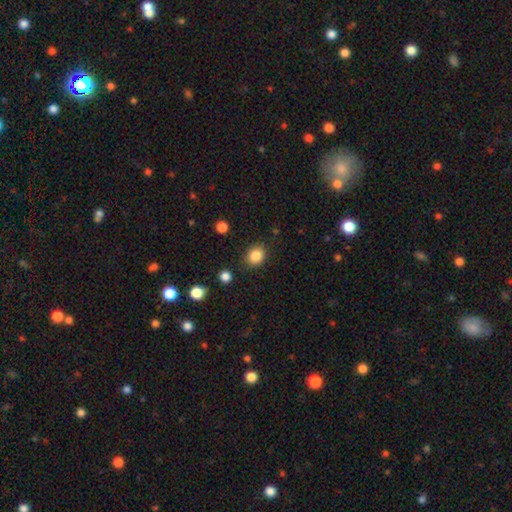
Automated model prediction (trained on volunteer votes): This appears to be a smooth galaxy with no disk features (86%) that is round (66%). Merging: none (85%).